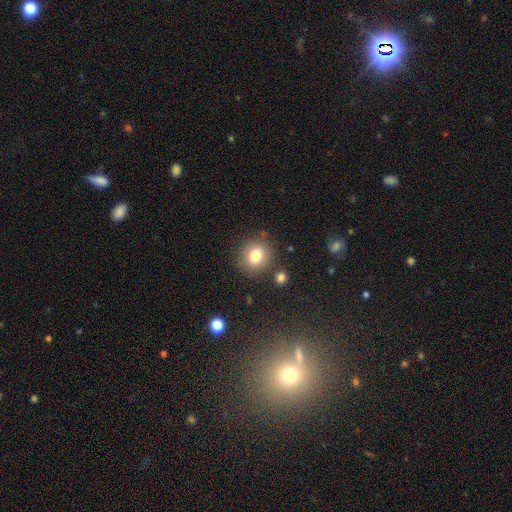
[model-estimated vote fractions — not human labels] This appears to be a smooth galaxy with no disk features (79%) that is round (73%). Merging: none (81%).